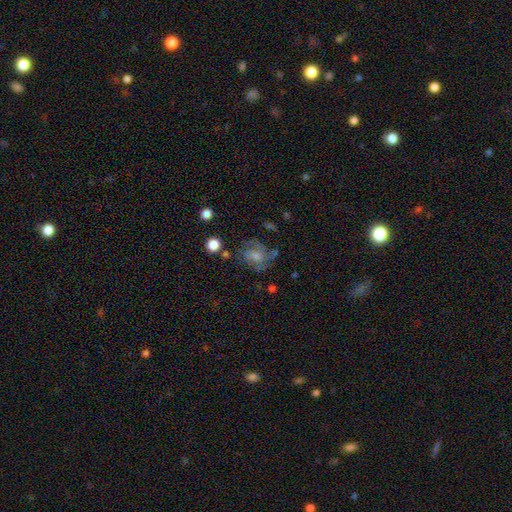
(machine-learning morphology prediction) This is possibly a featured or disk galaxy (55%). It is clearly not viewed edge-on (97%). Bar: likely no (72%). Spiral arm pattern: likely yes (76%). Central bulge: marginally small (37%). Merging: possibly none (48%).